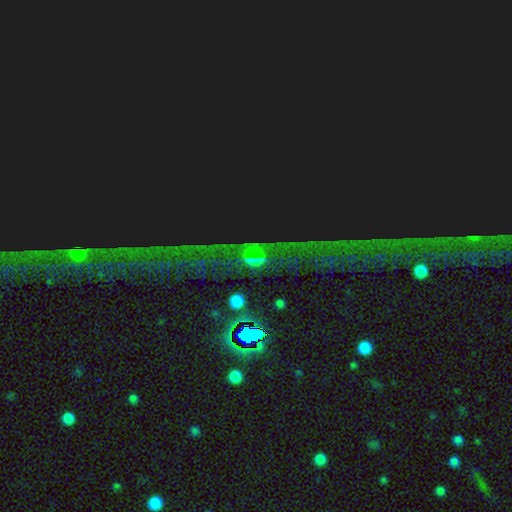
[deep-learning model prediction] Smooth or featured? star or artifact (53%)